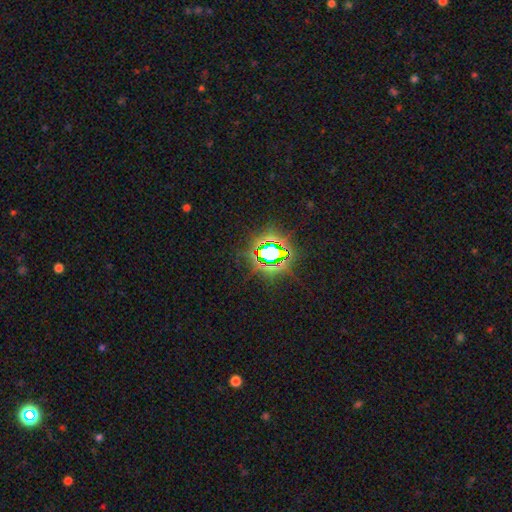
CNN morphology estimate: This appears to be a star or artifact, not a galaxy (81%).